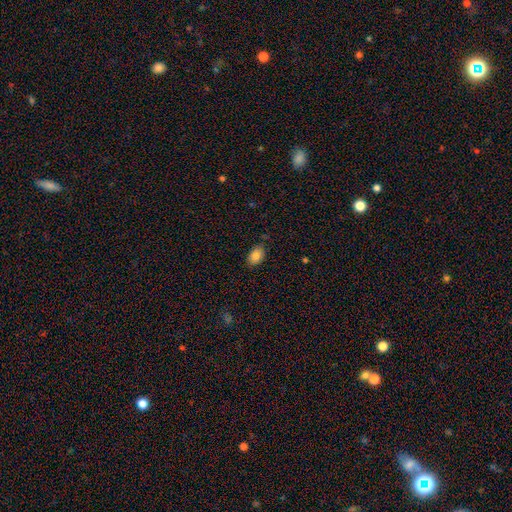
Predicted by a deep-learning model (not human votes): Morphology: type=smooth (84%); roundness=in between (89%); merging=none (81%).